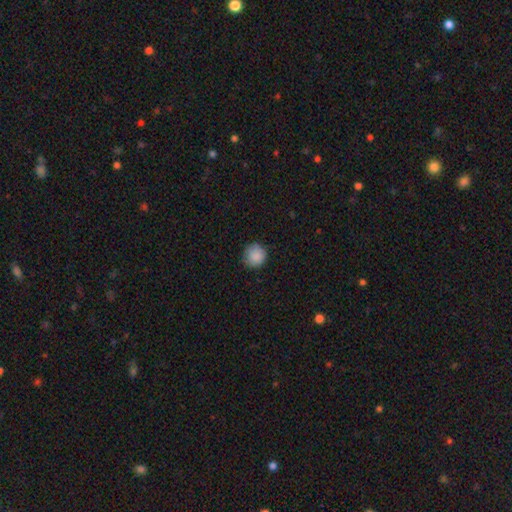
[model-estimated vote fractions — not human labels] Smooth or featured?
  - smooth: 88% *
  - star or artifact: 8%
  - featured or disk: 3%
How rounded?
  - round: 93% *
  - in between: 6%
  - cigar-shaped: 1%
Merging?
  - none: 85% *
  - minor disturbance: 12%
  - major disturbance: 2%
  - merger: 1%